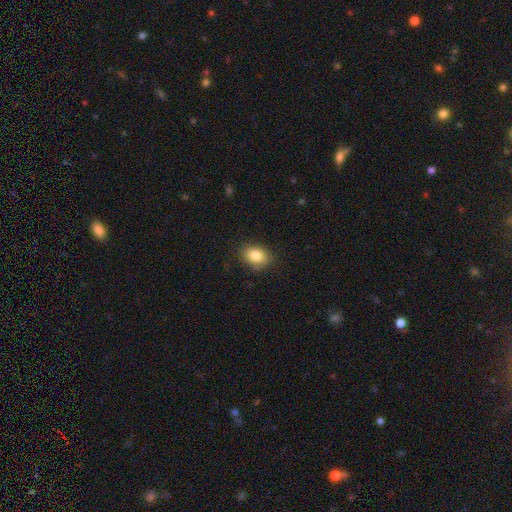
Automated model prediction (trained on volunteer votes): Smooth or featured?
  - smooth: 84% *
  - star or artifact: 9%
  - featured or disk: 7%
How rounded?
  - in between: 70% *
  - round: 29%
  - cigar-shaped: 1%
Merging?
  - none: 85% *
  - minor disturbance: 12%
  - major disturbance: 3%
  - merger: 1%